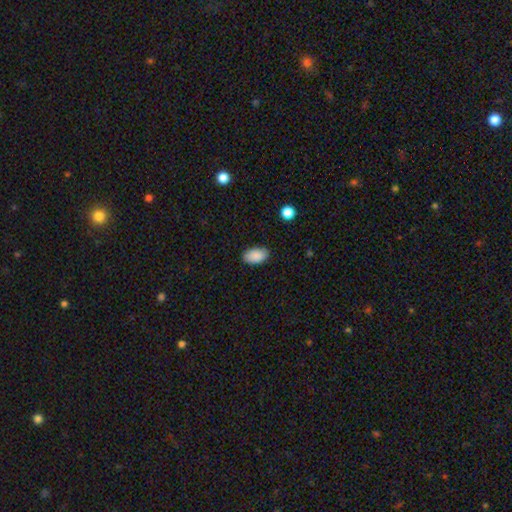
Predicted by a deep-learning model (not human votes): smooth-or-featured: smooth: 89% | star or artifact: 7% | featured or disk: 4%
  how-rounded: in between: 94% | round: 5% | cigar-shaped: 1%
  merging: none: 87% | minor disturbance: 10% | major disturbance: 2% | merger: 1%